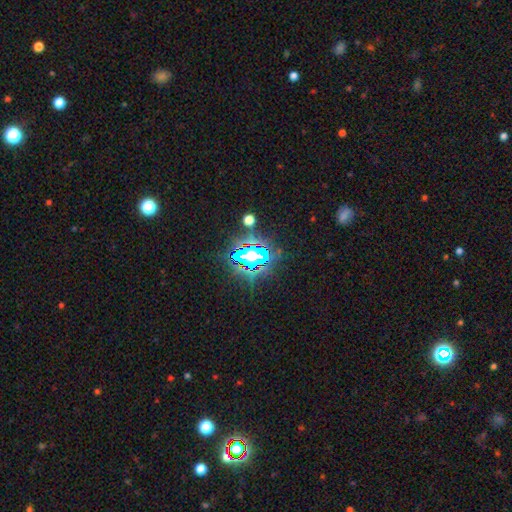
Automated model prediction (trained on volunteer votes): Smooth or featured? Predicted: star or artifact (p=0.78).